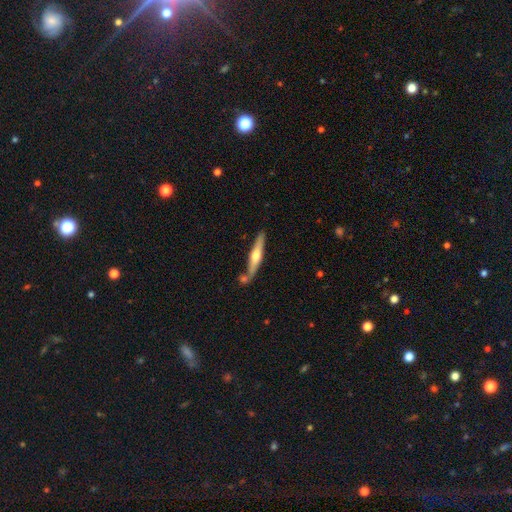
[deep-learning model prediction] Smooth or featured: featured or disk — 56% (smooth — 39%)
Edge-on disk: yes — 93% (no — 7%)
Edge-on bulge: rounded — 90% (none — 6%)
Merging: none — 70% (minor disturbance — 14%)